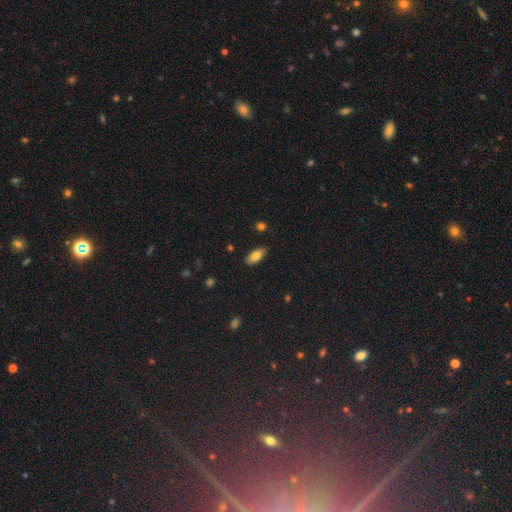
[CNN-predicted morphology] This appears to be a smooth galaxy with no disk features (79%) that is in between round and cigar-shaped (87%). Merging: none (86%).